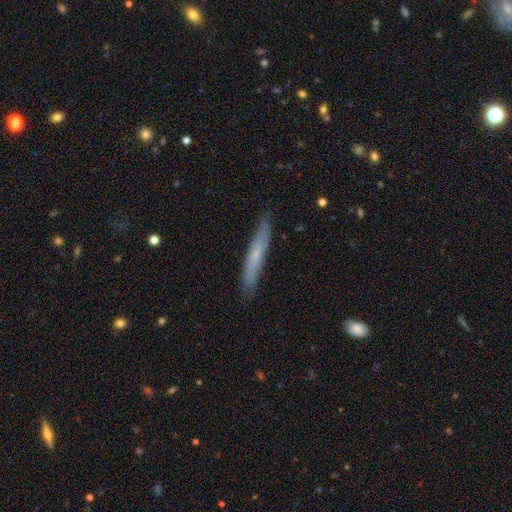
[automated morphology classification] smooth-or-featured: smooth: 49% | featured or disk: 45% | star or artifact: 6%
  merging: none: 85% | minor disturbance: 12% | major disturbance: 2% | merger: 1%